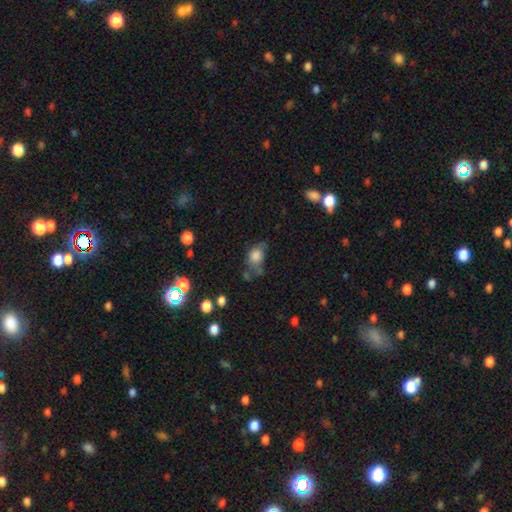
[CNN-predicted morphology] A smooth galaxy with no disk features (74%) that is in between round and cigar-shaped (68%). Merging: none (33%).